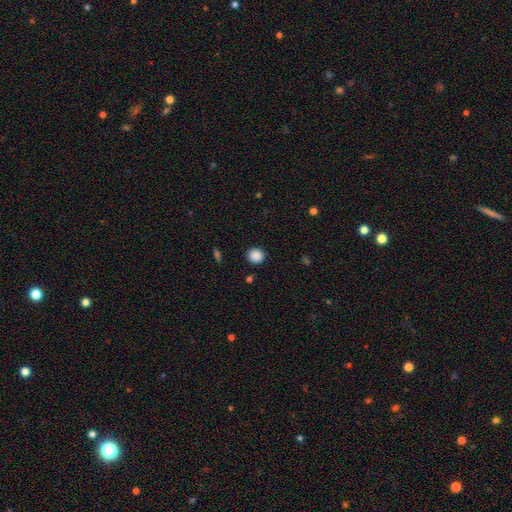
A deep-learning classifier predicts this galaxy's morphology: Smooth or featured: smooth — 88% (star or artifact — 9%)
How rounded: round — 88% (in between — 11%)
Merging: none — 90% (minor disturbance — 6%)